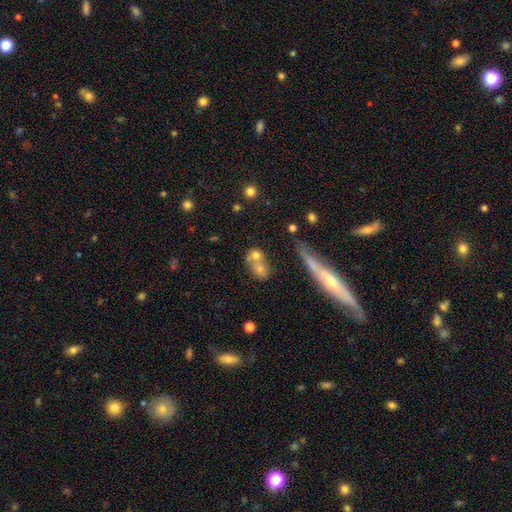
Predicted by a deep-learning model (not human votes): A smooth galaxy with no disk features (64%) that is round (51%).

Vote fractions:
- Smooth or featured? smooth: 64% / featured or disk: 22% / star or artifact: 14%
- How rounded? round: 51% / in between: 42% / cigar-shaped: 7%
- Merging? merger: 59% / none: 28% / minor disturbance: 8% / major disturbance: 5%